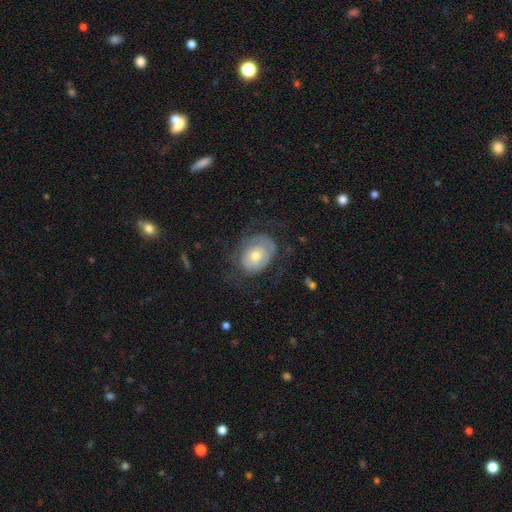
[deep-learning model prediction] Smooth or featured? Predicted: featured or disk (p=0.50). Merging? Predicted: none (p=0.53).